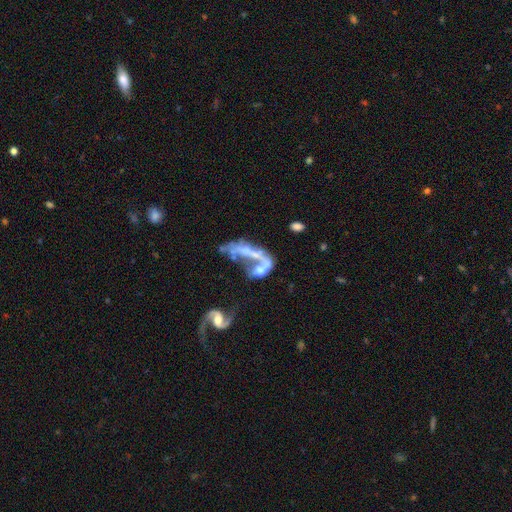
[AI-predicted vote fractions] The model was most divided on "bulge size" (2-way tie): none: 34%, small: 34%, moderate: 26%, large: 4%, dominant: 2%. More confident: edge-on disk — no (88%); smooth or featured — featured or disk (67%); bar — no (62%); merging — merger (56%); spiral arms — yes (51%).